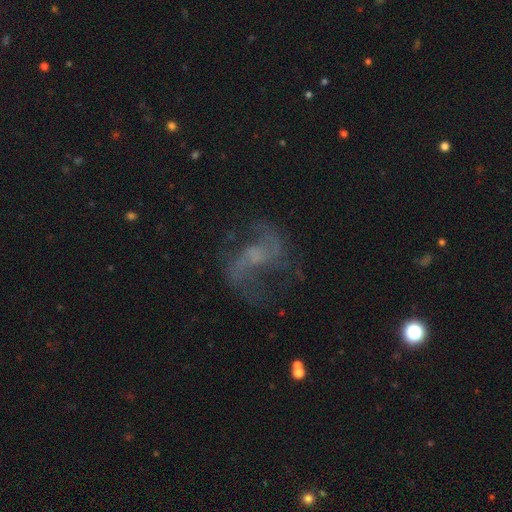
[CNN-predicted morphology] Q: Smooth or featured?
A: featured or disk (76%); runner-up: star or artifact (14%)
Q: Edge-on disk?
A: no (97%); runner-up: yes (3%)
Q: Bar?
A: no (45%); runner-up: weak (41%)
Q: Spiral arms?
A: yes (88%); runner-up: no (12%)
Q: Spiral winding?
A: loose (69%); runner-up: medium (26%)
Q: Spiral arm count?
A: 2 (85%); runner-up: can't tell (6%)
Q: Bulge size?
A: small (41%); runner-up: none (39%)
Q: Merging?
A: none (62%); runner-up: major disturbance (19%)